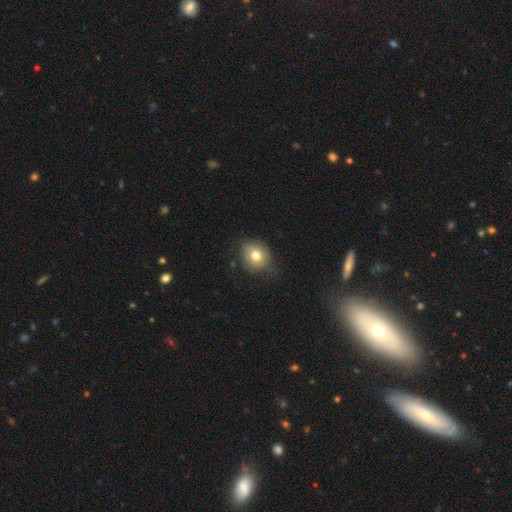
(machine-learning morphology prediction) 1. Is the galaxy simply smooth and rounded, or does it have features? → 76% smooth, 15% featured or disk, 10% star or artifact.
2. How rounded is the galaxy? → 66% round, 33% in between, 1% cigar-shaped.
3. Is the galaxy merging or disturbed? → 70% none, 23% minor disturbance, 6% major disturbance, 1% merger.